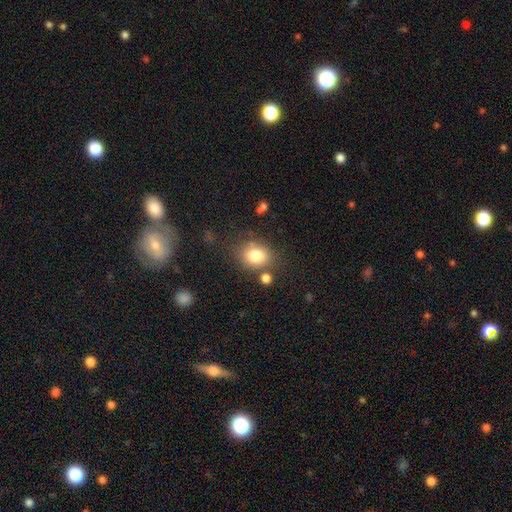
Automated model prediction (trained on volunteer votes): Smooth or featured?
  - smooth: 79% *
  - star or artifact: 11%
  - featured or disk: 9%
How rounded?
  - round: 60% *
  - in between: 39%
  - cigar-shaped: 1%
Merging?
  - none: 71% *
  - minor disturbance: 14%
  - merger: 9%
  - major disturbance: 5%